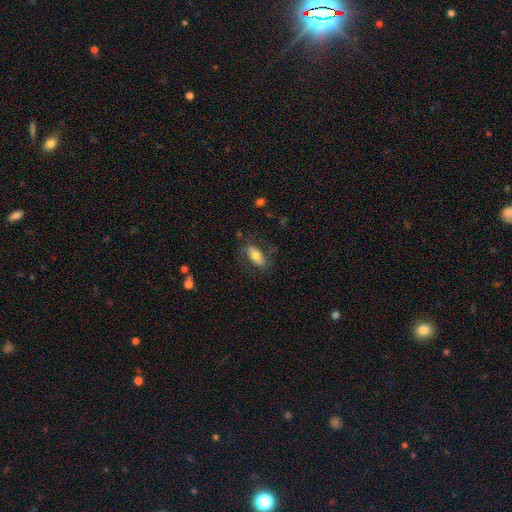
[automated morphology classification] type=smooth (66%); roundness=in between (86%); merging=none (73%).